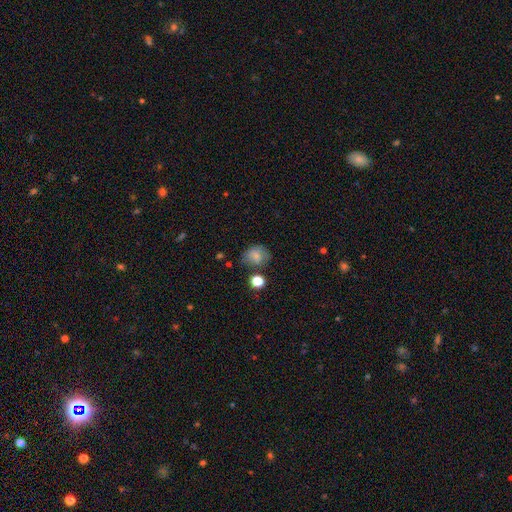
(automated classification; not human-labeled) smooth 76%, featured or disk 12%, star or artifact 11%. Down the decision tree: how rounded — round (56%); merging — none (59%).